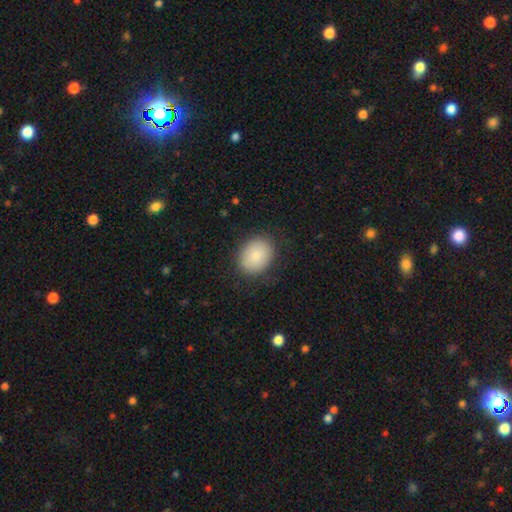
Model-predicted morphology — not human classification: smooth_or_featured: smooth (p=0.84) [alt: featured or disk p=0.09]
how_rounded: in between (p=0.53) [alt: round p=0.46]
merging: none (p=0.81) [alt: minor disturbance p=0.14]